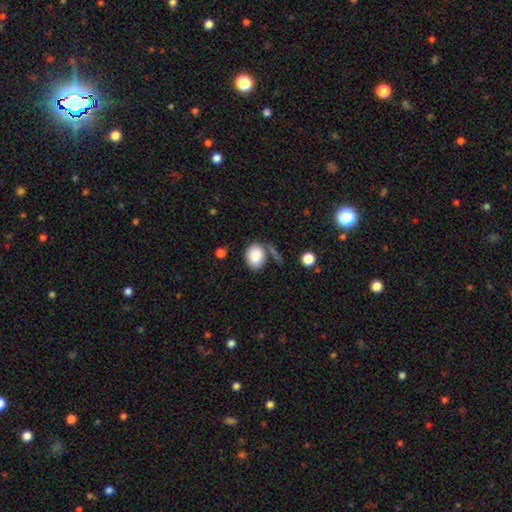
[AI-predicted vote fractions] This appears to be a smooth galaxy with no disk features (85%) that is in between round and cigar-shaped (64%). Merging: none (61%).